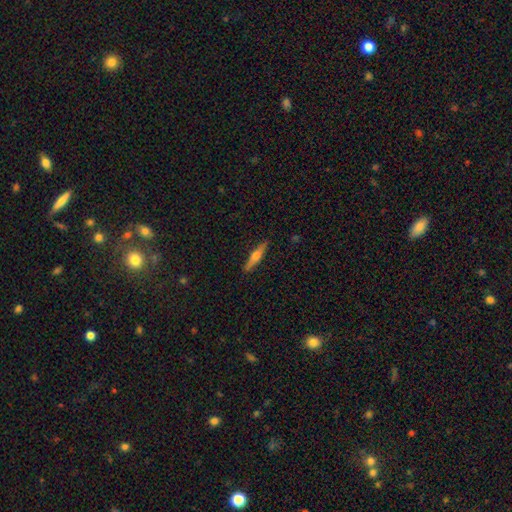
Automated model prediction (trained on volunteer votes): Q: Smooth or featured?
A: featured or disk (54%); runner-up: smooth (39%)
Q: Edge-on disk?
A: yes (96%); runner-up: no (4%)
Q: Edge-on bulge?
A: rounded (91%); runner-up: boxy (5%)
Q: Merging?
A: none (90%); runner-up: minor disturbance (7%)